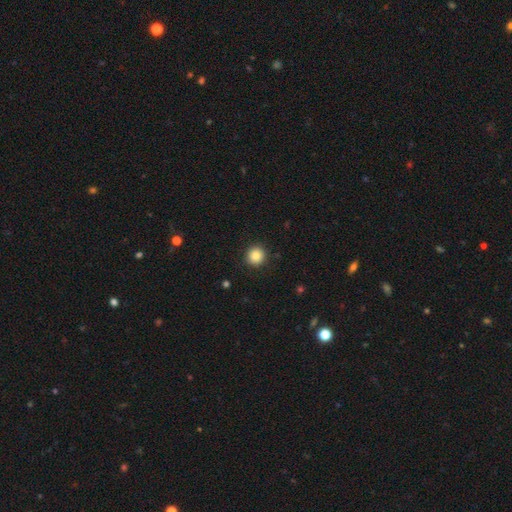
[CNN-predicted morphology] Smooth or featured?
  - smooth: 84% *
  - star or artifact: 10%
  - featured or disk: 6%
How rounded?
  - round: 91% *
  - in between: 8%
  - cigar-shaped: 1%
Merging?
  - none: 91% *
  - minor disturbance: 6%
  - major disturbance: 2%
  - merger: 1%